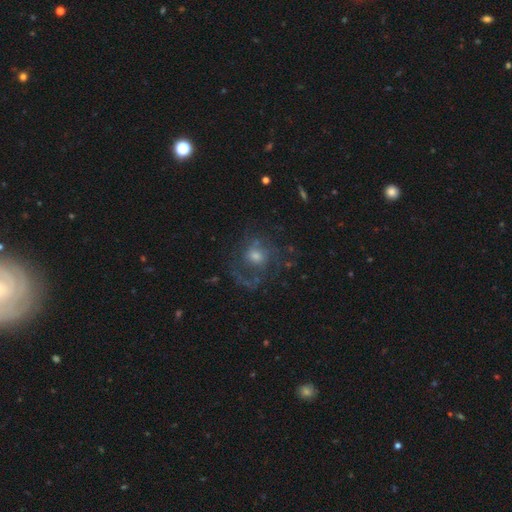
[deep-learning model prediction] The model was most divided on "spiral arm count": 2: 36%, can't tell: 25%, 1: 23%, 3: 9%, 4: 4%, more than 4: 3%. Remaining: edge-on disk — no (97%); spiral arms — yes (82%); bar — no (72%); smooth or featured — featured or disk (67%); merging — none (59%); bulge size — moderate (51%); spiral winding — medium (46%).